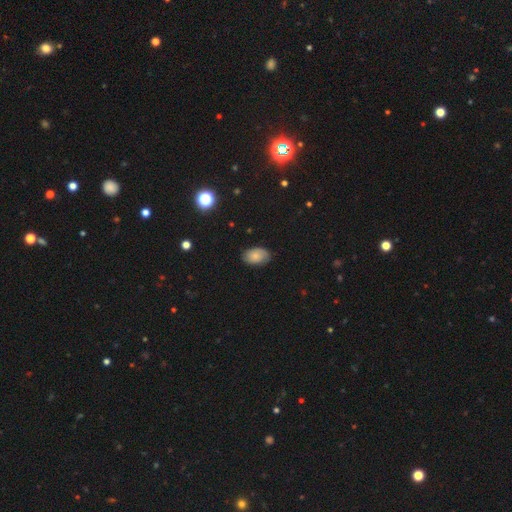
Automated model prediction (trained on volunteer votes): smooth 69%, featured or disk 22%, star or artifact 9%. Down the decision tree: how rounded — in between (89%); merging — none (79%).